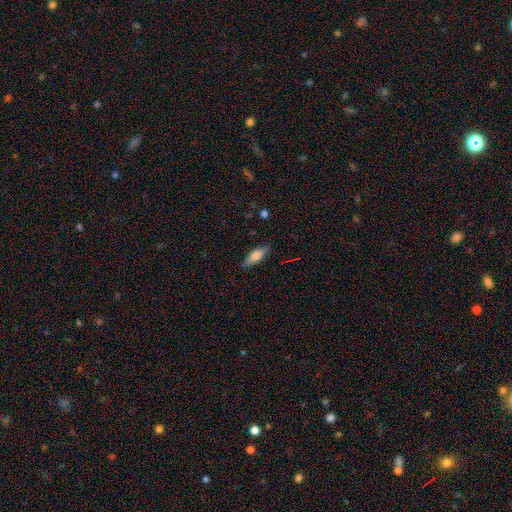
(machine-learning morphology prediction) This appears to be a smooth galaxy with no disk features (70%) that is in between round and cigar-shaped (60%). Merging: none (85%).